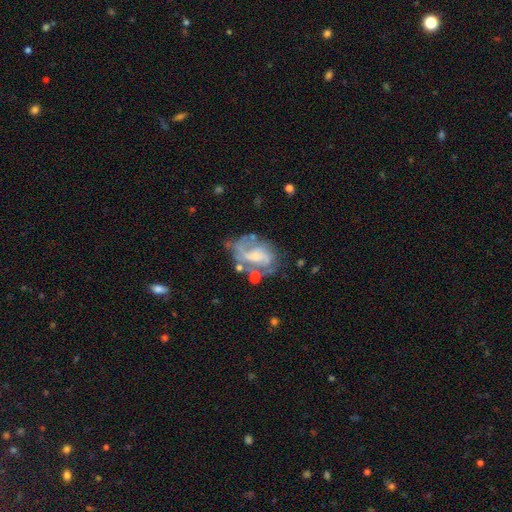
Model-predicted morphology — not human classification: Q: Smooth or featured?
A: featured or disk (77%); runner-up: smooth (16%)
Q: Edge-on disk?
A: no (97%); runner-up: yes (3%)
Q: Bar?
A: no (47%); runner-up: weak (40%)
Q: Spiral arms?
A: yes (85%); runner-up: no (15%)
Q: Spiral winding?
A: medium (45%); runner-up: tight (30%)
Q: Spiral arm count?
A: 2 (59%); runner-up: can't tell (20%)
Q: Bulge size?
A: small (57%); runner-up: moderate (27%)
Q: Merging?
A: none (49%); runner-up: minor disturbance (24%)